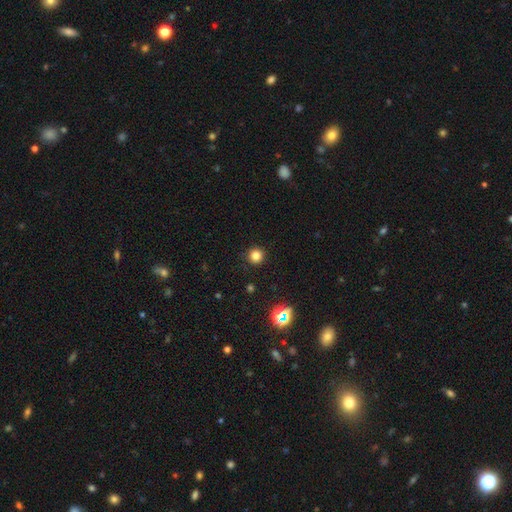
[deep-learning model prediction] The model was most divided on "smooth or featured": smooth: 80%, star or artifact: 15%, featured or disk: 4%. More confident: how rounded — round (95%); merging — none (92%).